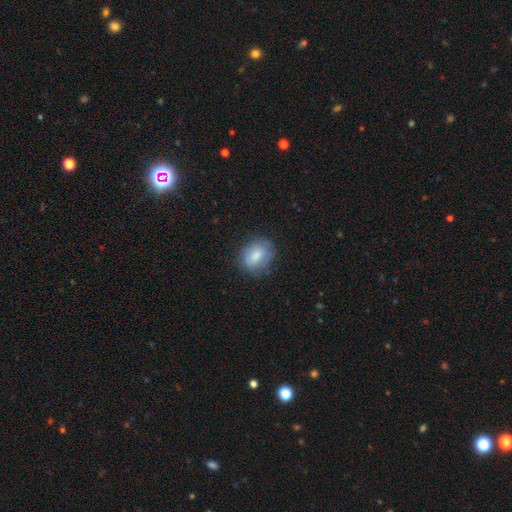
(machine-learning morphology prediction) Q: Smooth or featured?
A: smooth (79%); runner-up: featured or disk (13%)
Q: How rounded?
A: in between (61%); runner-up: round (37%)
Q: Merging?
A: none (76%); runner-up: minor disturbance (18%)